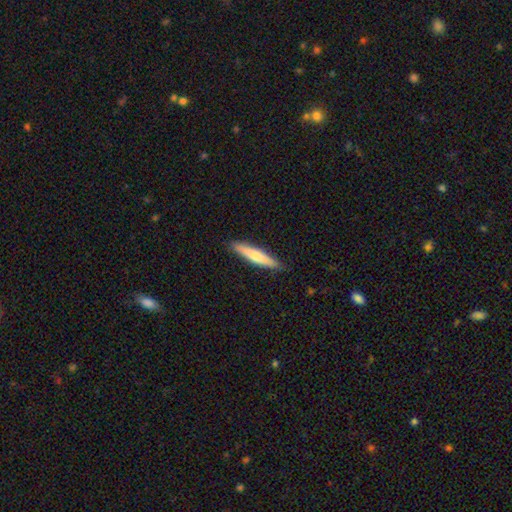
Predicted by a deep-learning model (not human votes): smooth 66%, featured or disk 29%, star or artifact 5%. Down the decision tree: how rounded — cigar-shaped (90%); merging — none (90%).